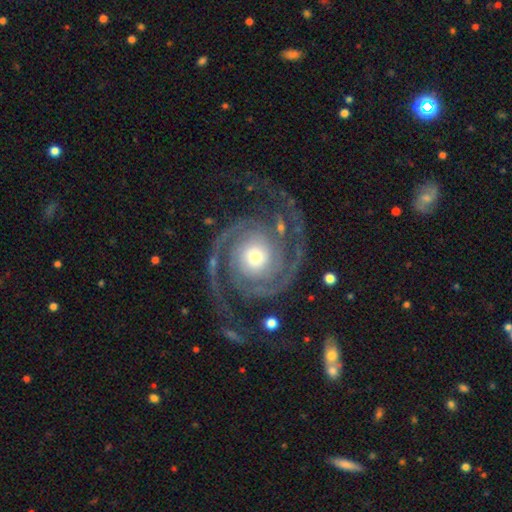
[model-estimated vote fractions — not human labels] Morphology: type=featured or disk (94%); edge-on=no (98%); bar=no (73%); spiral arms=yes (99%); winding=tight (52%); arm count=2 (93%); bulge=moderate (60%); merging=none (79%).